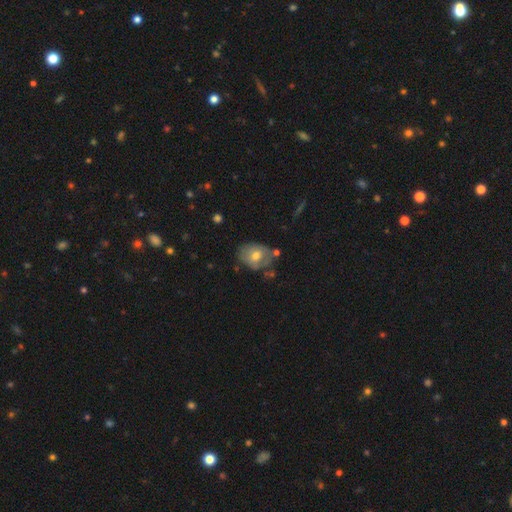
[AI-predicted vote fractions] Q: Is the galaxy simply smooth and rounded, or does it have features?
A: smooth — 59%.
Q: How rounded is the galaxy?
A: in between — 66%.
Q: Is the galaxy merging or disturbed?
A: none — 53%.